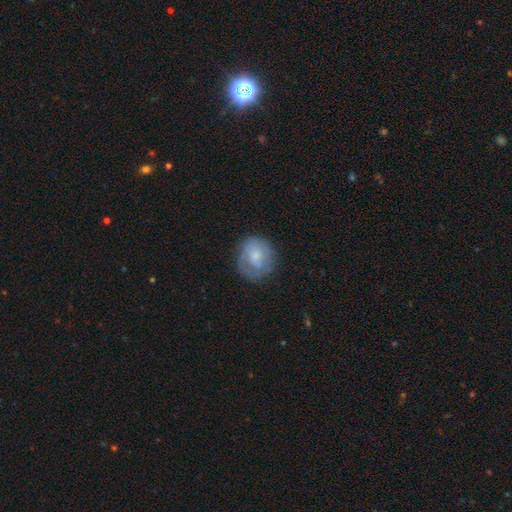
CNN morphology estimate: smooth-or-featured: smooth: 64% | featured or disk: 28% | star or artifact: 7%
  how-rounded: round: 78% | in between: 21% | cigar-shaped: 1%
  merging: none: 65% | minor disturbance: 23% | major disturbance: 11% | merger: 1%